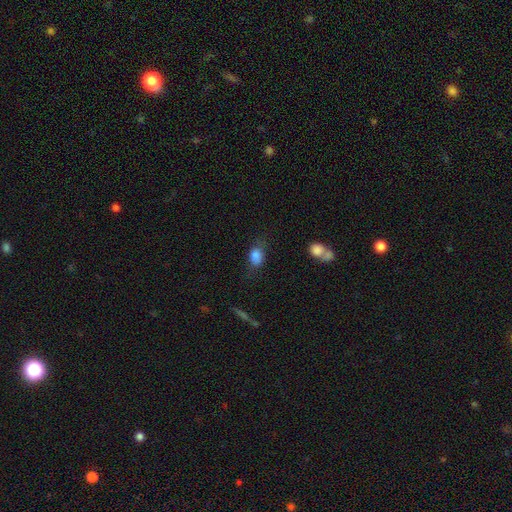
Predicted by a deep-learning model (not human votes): smooth_or_featured: smooth (p=0.83) [alt: star or artifact p=0.09]
how_rounded: in between (p=0.76) [alt: round p=0.22]
merging: none (p=0.55) [alt: minor disturbance p=0.28]